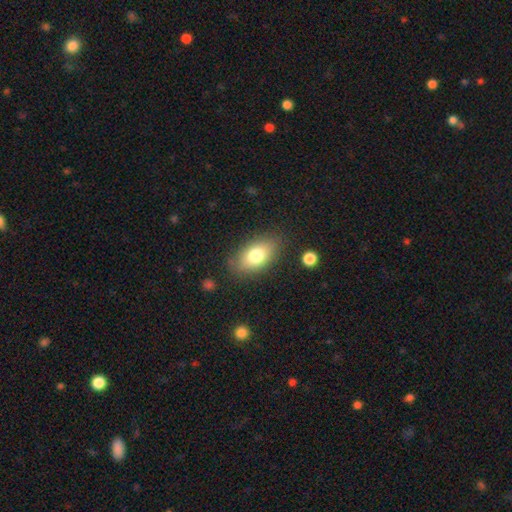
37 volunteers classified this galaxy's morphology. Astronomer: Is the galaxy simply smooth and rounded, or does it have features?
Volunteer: smooth — 70%.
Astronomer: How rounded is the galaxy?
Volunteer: in between — 100%.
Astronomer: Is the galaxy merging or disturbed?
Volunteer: none — 86%.